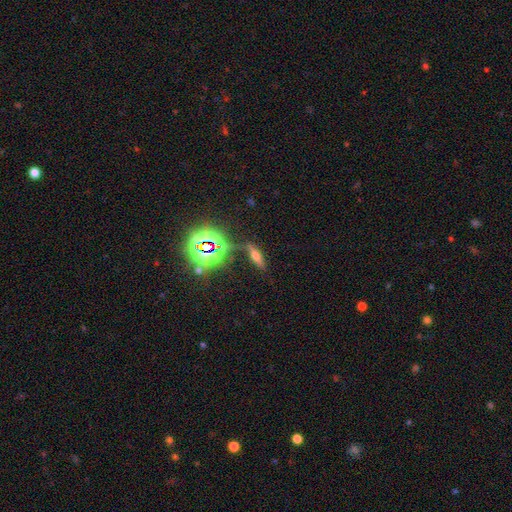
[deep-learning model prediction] The model was most divided on "smooth or featured": featured or disk: 37%, smooth: 33%, star or artifact: 30%. More confident: merging — none (73%).